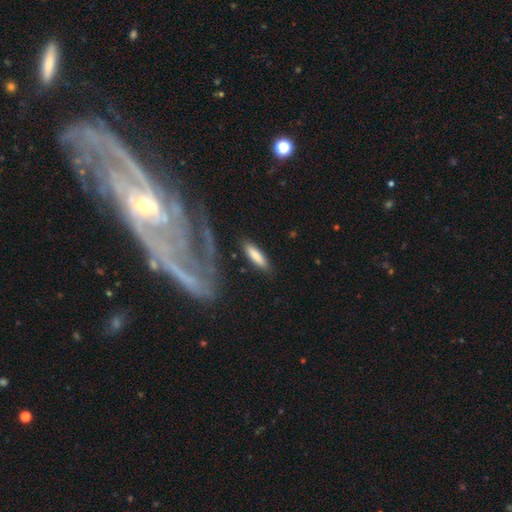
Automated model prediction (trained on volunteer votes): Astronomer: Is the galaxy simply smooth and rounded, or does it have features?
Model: smooth — 81%.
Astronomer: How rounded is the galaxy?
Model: cigar-shaped — 61% (runner-up: in between, 38%).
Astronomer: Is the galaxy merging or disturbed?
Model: none — 81%.